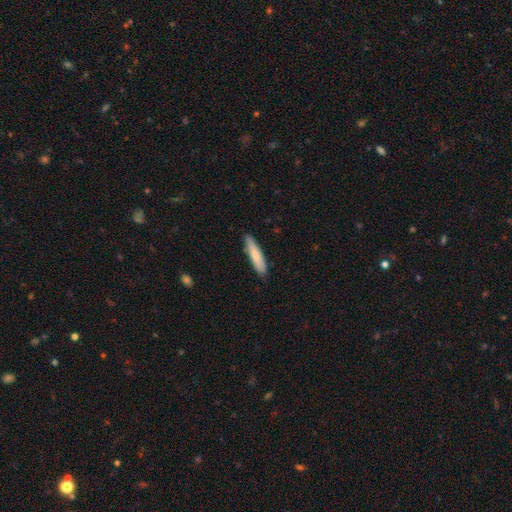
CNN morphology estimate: smooth 78%, featured or disk 17%, star or artifact 5%. Down the decision tree: how rounded — cigar-shaped (80%); merging — none (86%).